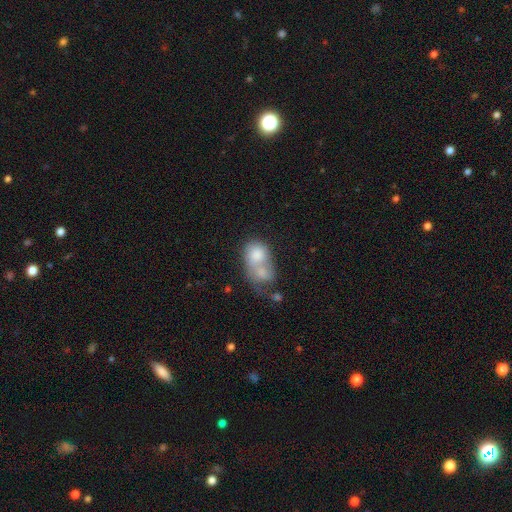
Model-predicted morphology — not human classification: This appears to be a smooth galaxy with no disk features (70%) that is in between round and cigar-shaped (55%). Merging: merger (73%).